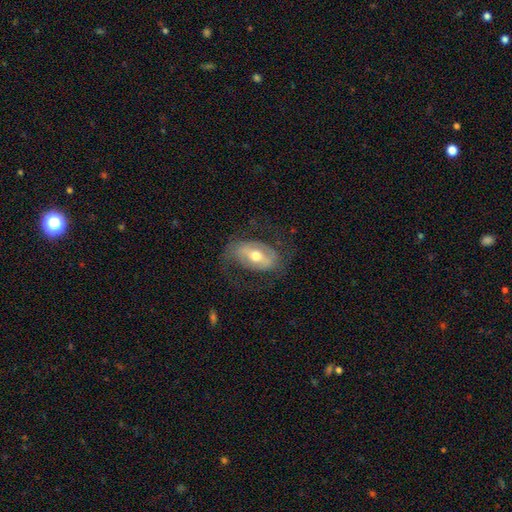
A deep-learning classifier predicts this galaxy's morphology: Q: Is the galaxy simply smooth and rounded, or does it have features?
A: featured or disk — 70%.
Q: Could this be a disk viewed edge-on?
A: no — 92%.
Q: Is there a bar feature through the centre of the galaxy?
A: strong — 45%.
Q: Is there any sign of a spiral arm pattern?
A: yes — 69%.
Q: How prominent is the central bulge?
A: moderate — 72%.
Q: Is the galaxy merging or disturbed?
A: none — 63%.